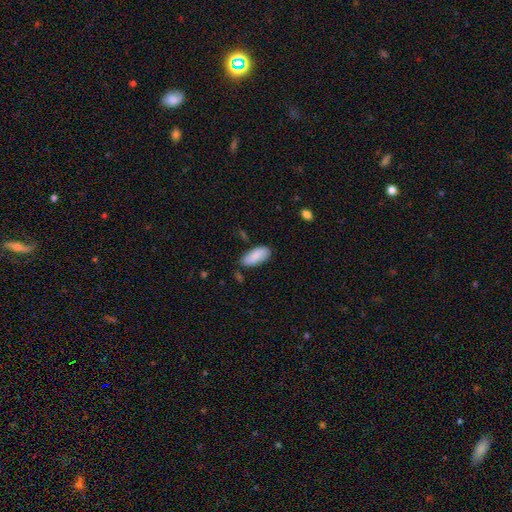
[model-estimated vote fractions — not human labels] Smooth or featured: smooth — 87% (featured or disk — 7%)
How rounded: in between — 88% (cigar-shaped — 11%)
Merging: none — 76% (minor disturbance — 17%)